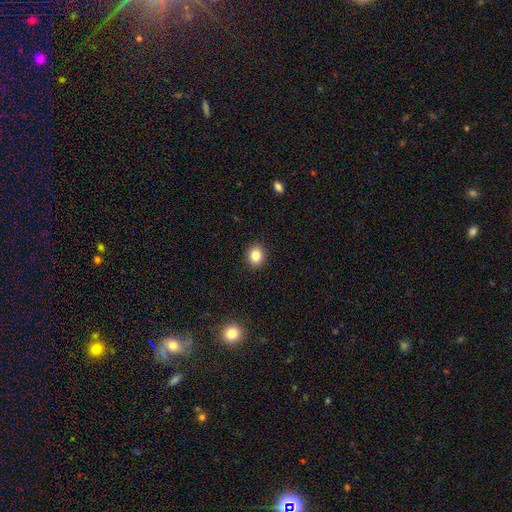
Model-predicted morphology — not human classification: The model was most divided on "how rounded": round: 66%, in between: 33%, cigar-shaped: 1%. More confident: merging — none (91%); smooth or featured — smooth (84%).